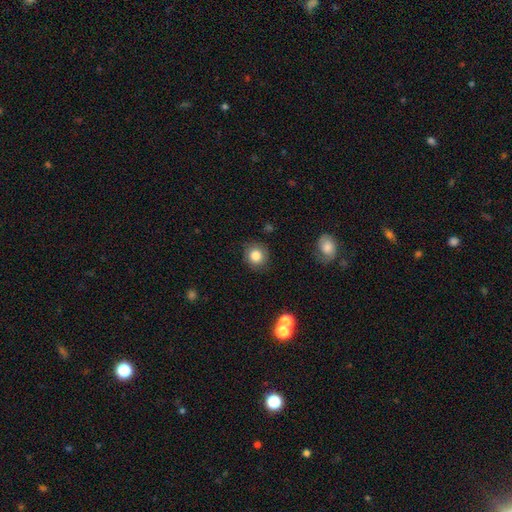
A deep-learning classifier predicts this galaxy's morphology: Smooth or featured: smooth — 82% (star or artifact — 10%)
How rounded: round — 85% (in between — 14%)
Merging: none — 84% (minor disturbance — 12%)